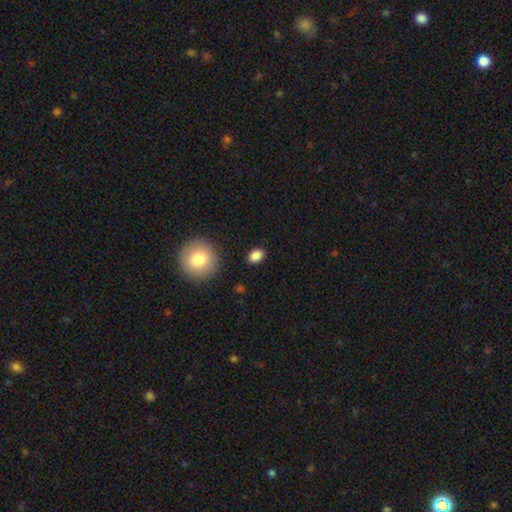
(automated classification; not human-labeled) A smooth galaxy with no disk features (86%) that is in between round and cigar-shaped (71%). Merging: none (87%).